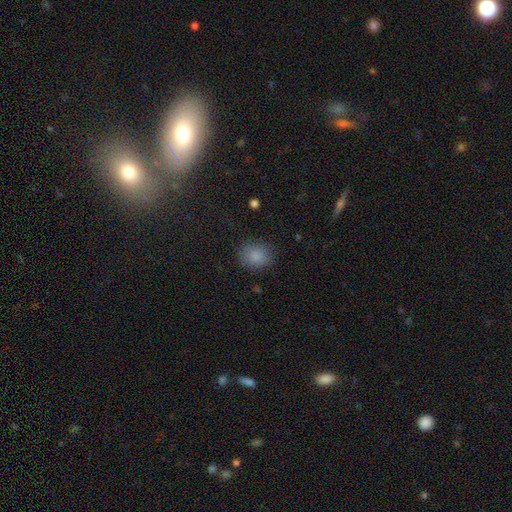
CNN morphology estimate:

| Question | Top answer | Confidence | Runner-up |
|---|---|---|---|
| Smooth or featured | smooth | 85% | star or artifact (10%) |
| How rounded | round | 54% | in between (45%) |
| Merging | none | 83% | minor disturbance (12%) |